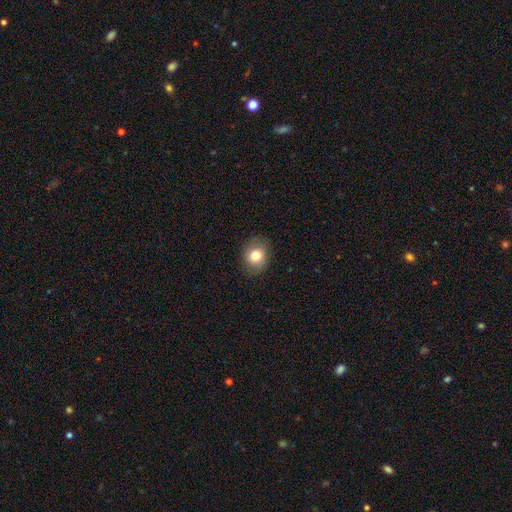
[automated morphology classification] Smooth or featured: smooth — 80% (featured or disk — 10%)
How rounded: round — 58% (in between — 41%)
Merging: none — 87% (minor disturbance — 10%)